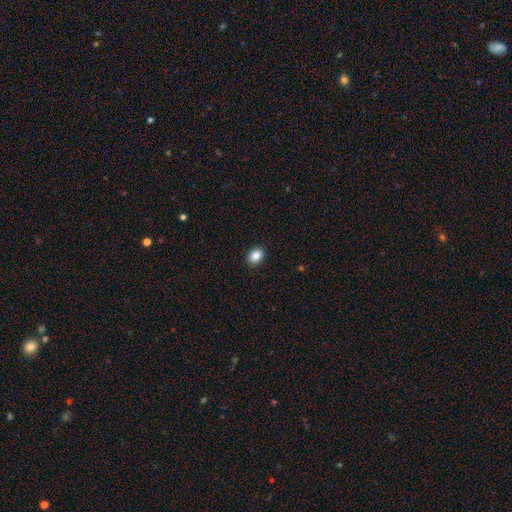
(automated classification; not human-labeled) smooth 87%, star or artifact 9%, featured or disk 4%. Down the decision tree: how rounded — in between (66%); merging — none (91%).